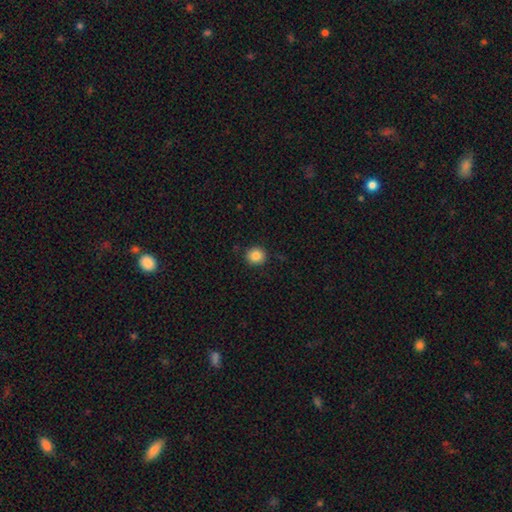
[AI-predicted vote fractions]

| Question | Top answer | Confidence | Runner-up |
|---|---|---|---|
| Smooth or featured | smooth | 85% | star or artifact (10%) |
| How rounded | round | 92% | in between (7%) |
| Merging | none | 91% | minor disturbance (6%) |